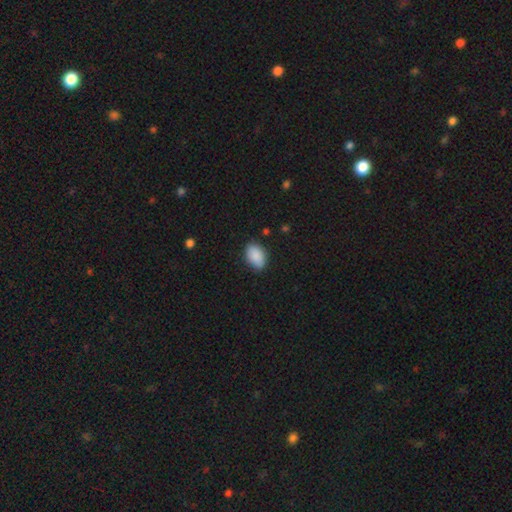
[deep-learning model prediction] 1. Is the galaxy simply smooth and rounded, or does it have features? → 89% smooth, 7% star or artifact, 4% featured or disk.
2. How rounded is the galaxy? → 89% in between, 10% round, 1% cigar-shaped.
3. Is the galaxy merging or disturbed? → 82% none, 15% minor disturbance, 3% major disturbance, 1% merger.